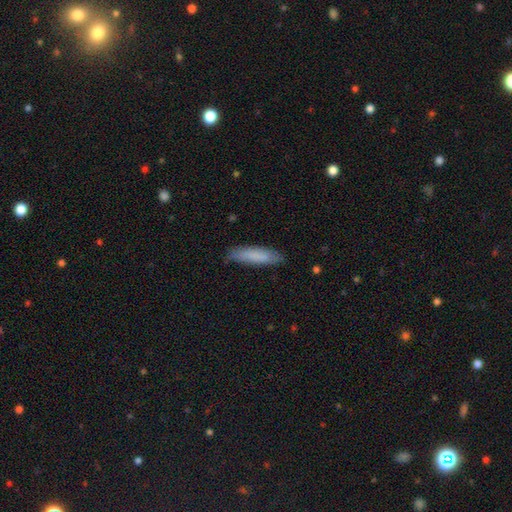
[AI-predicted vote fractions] Smooth or featured? Predicted: smooth (p=0.79). How rounded? Predicted: cigar-shaped (p=0.75). Merging? Predicted: none (p=0.80).